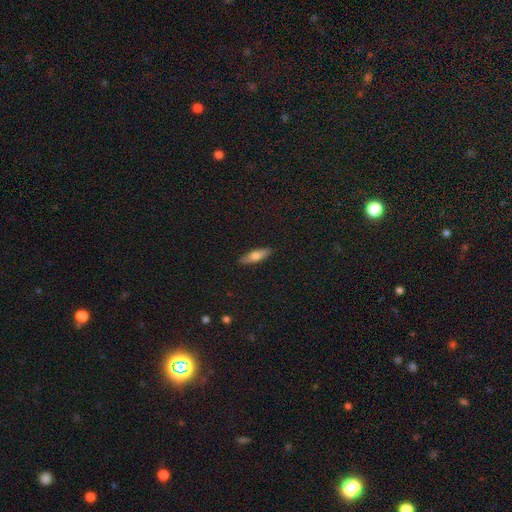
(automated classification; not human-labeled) Morphology: type=smooth (63%); roundness=cigar-shaped (53%); merging=none (89%).